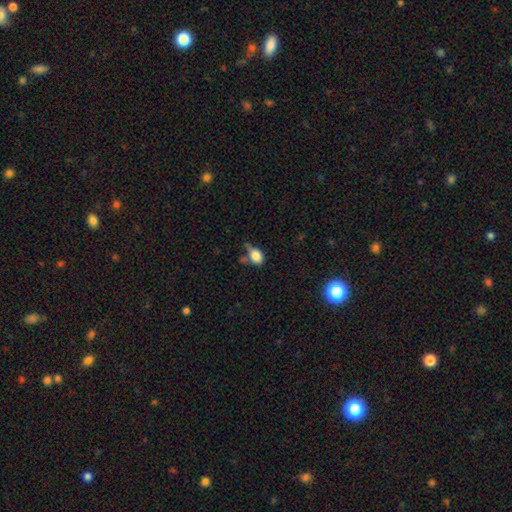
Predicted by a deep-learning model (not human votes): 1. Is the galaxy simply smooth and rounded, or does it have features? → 82% smooth, 10% star or artifact, 9% featured or disk.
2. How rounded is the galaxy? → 74% in between, 23% round, 2% cigar-shaped.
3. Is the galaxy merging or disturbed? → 39% none, 33% minor disturbance, 14% major disturbance, 14% merger.